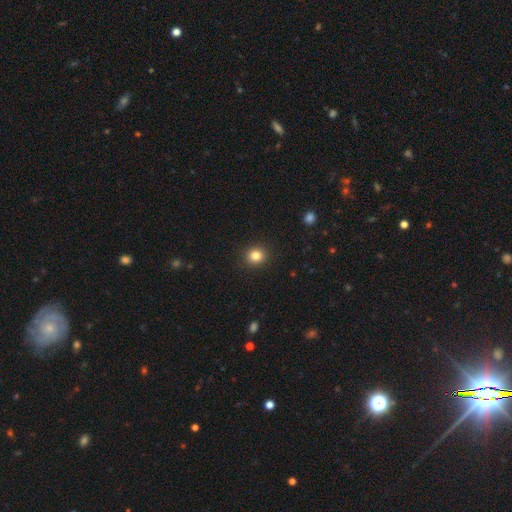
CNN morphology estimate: A smooth galaxy with no disk features (84%) that is round (84%). Merging: none (92%).